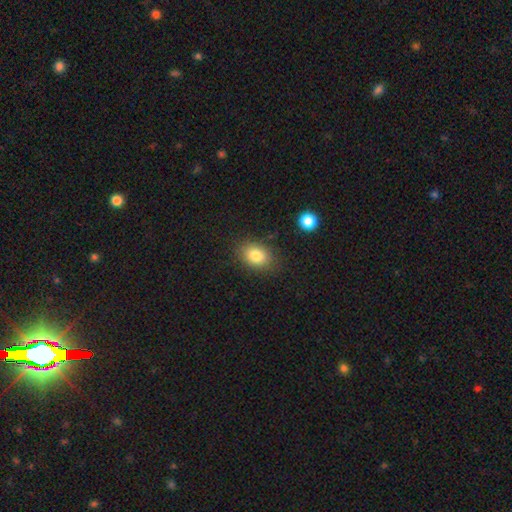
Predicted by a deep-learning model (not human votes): A smooth galaxy with no disk features (82%) that is in between round and cigar-shaped (74%).

Vote fractions:
- Smooth or featured? smooth: 82% / star or artifact: 9% / featured or disk: 8%
- How rounded? in between: 74% / round: 25% / cigar-shaped: 1%
- Merging? none: 83% / minor disturbance: 12% / major disturbance: 4% / merger: 2%